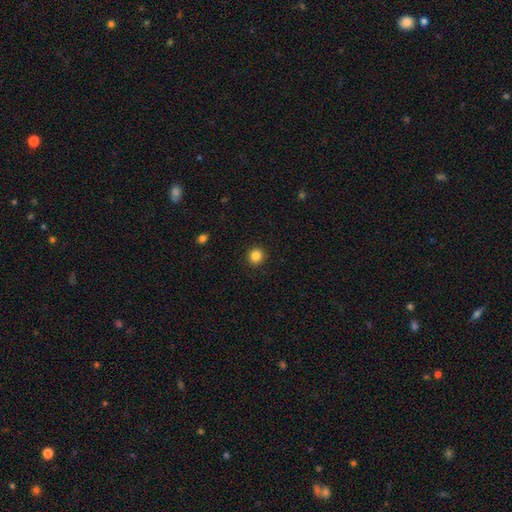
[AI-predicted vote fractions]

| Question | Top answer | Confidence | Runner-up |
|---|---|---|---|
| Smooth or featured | smooth | 85% | star or artifact (11%) |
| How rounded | round | 93% | in between (6%) |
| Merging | none | 92% | minor disturbance (5%) |